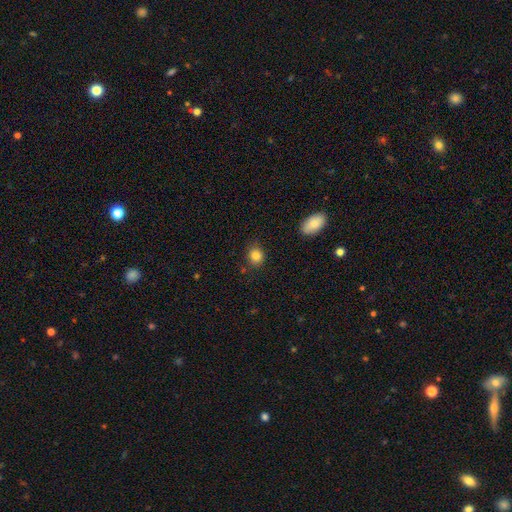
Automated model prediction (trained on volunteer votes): This appears to be a smooth galaxy with no disk features (84%) that is round (65%). Merging: none (82%).